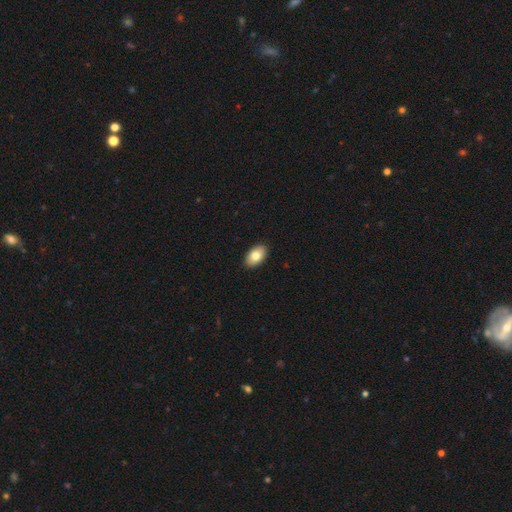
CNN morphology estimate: Overall: smooth (81%). How rounded: in between (93%). Merging: none (91%).